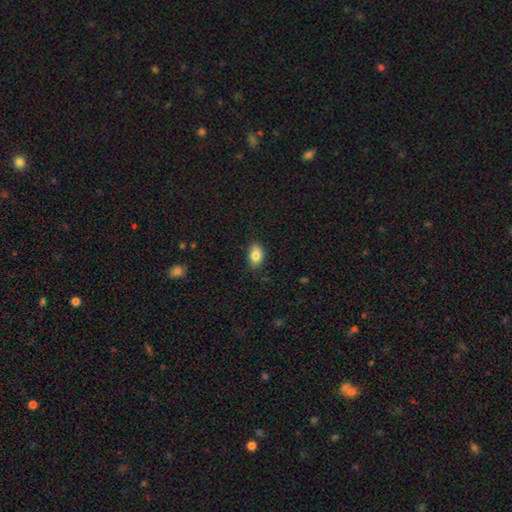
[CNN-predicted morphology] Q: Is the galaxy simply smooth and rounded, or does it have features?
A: smooth — 83%.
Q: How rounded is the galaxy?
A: in between — 82%.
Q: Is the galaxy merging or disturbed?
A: none — 77%.